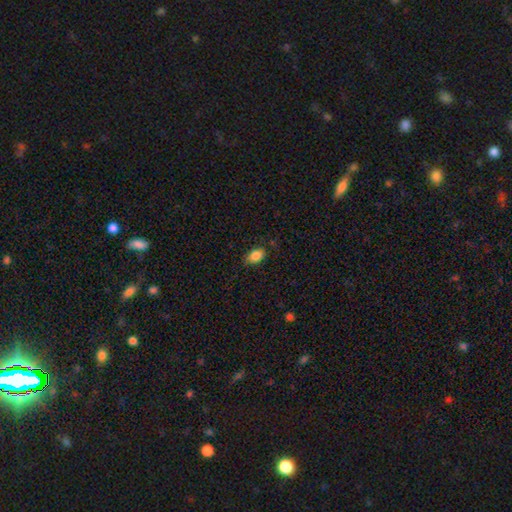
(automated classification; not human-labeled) Morphology: type=smooth (85%); roundness=in between (84%); merging=none (77%).